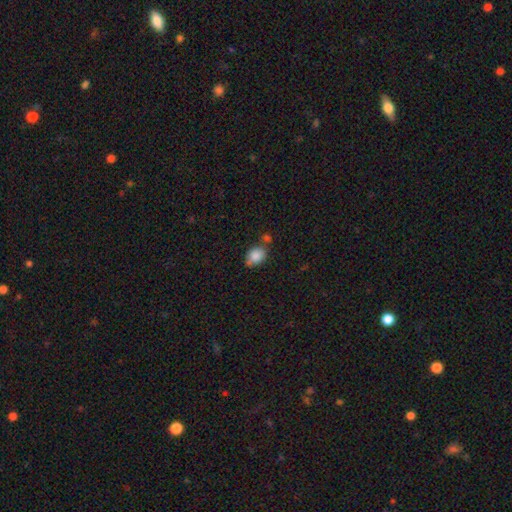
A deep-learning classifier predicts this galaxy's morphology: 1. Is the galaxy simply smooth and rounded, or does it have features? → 84% smooth, 8% star or artifact, 7% featured or disk.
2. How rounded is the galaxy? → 74% in between, 25% round, 1% cigar-shaped.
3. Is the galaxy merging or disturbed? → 56% none, 21% minor disturbance, 17% merger, 5% major disturbance.